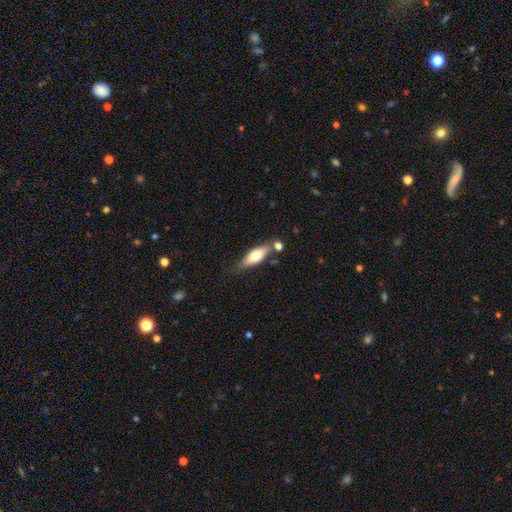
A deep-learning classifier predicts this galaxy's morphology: This is likely a smooth galaxy (64%). How rounded: likely in between (61%). Merging: likely none (64%).